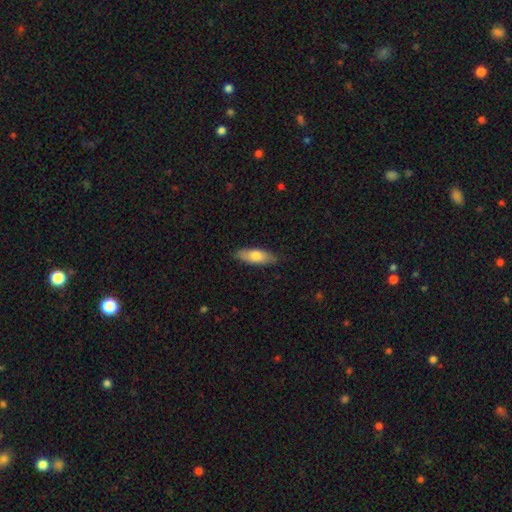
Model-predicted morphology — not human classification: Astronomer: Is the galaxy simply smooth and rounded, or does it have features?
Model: smooth — 73%.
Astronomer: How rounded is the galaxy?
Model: in between — 66%.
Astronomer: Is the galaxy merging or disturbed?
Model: none — 84%.